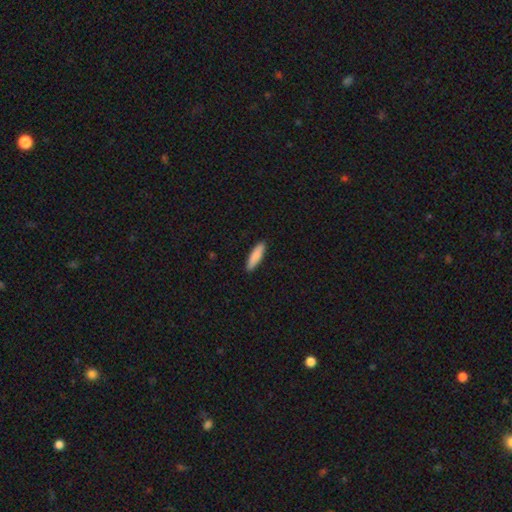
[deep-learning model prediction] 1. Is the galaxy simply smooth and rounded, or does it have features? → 87% smooth, 8% featured or disk, 5% star or artifact.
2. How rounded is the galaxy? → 70% cigar-shaped, 29% in between, 1% round.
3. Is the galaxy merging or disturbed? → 91% none, 7% minor disturbance, 1% major disturbance, 1% merger.